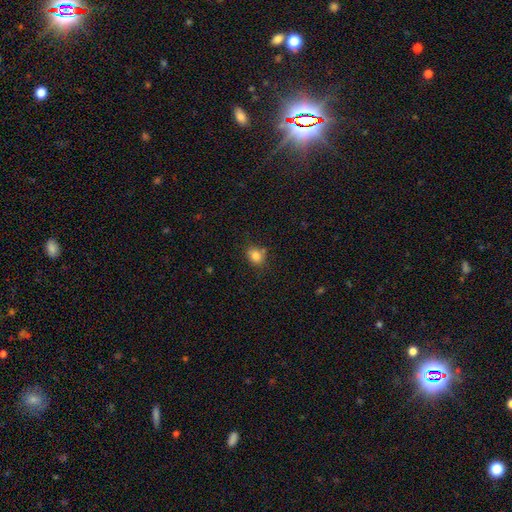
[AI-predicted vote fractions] Smooth or featured? Predicted: smooth (p=0.81). How rounded? Predicted: round (p=0.52). Merging? Predicted: none (p=0.69).